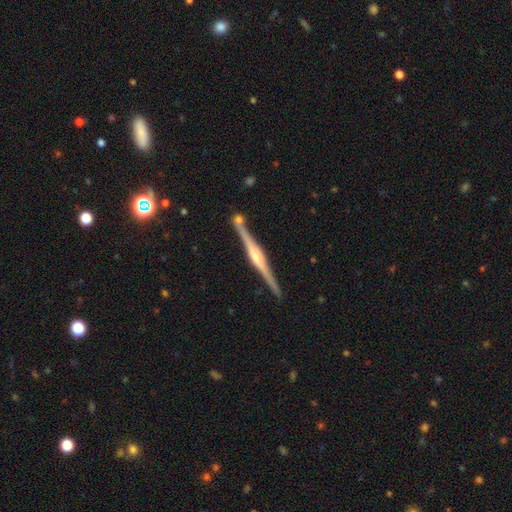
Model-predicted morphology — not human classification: Smooth or featured: featured or disk — 86% (smooth — 8%)
Edge-on disk: yes — 99% (no — 1%)
Edge-on bulge: rounded — 75% (boxy — 19%)
Merging: none — 86% (minor disturbance — 8%)